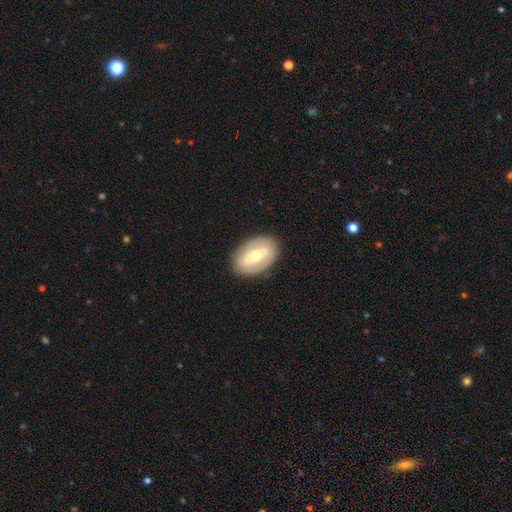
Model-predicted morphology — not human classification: A featured or disk galaxy (51%).

Vote fractions:
- Smooth or featured? featured or disk: 51% / smooth: 43% / star or artifact: 6%
- Edge-on disk? no: 88% / yes: 12%
- Merging? none: 86% / minor disturbance: 10% / major disturbance: 3% / merger: 1%